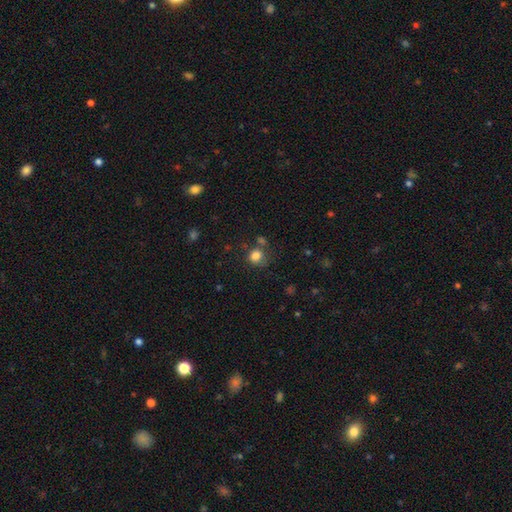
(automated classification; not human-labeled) smooth_or_featured: smooth (p=0.82) [alt: star or artifact p=0.11]
how_rounded: round (p=0.80) [alt: in between p=0.19]
merging: none (p=0.62) [alt: minor disturbance p=0.18]